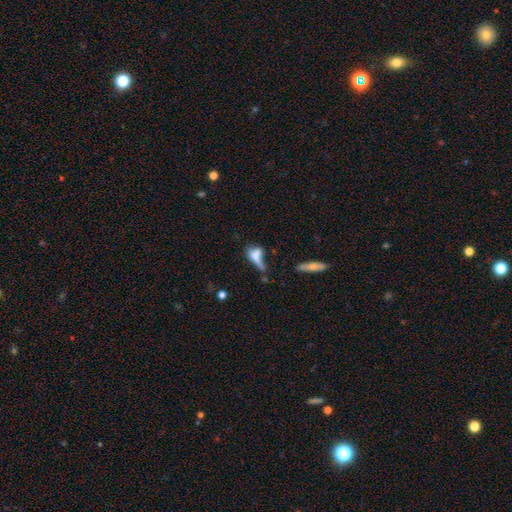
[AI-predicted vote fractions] Smooth or featured?
  - smooth: 61% *
  - featured or disk: 27%
  - star or artifact: 12%
How rounded?
  - in between: 65% *
  - cigar-shaped: 25%
  - round: 10%
Merging?
  - major disturbance: 32% *
  - merger: 26%
  - none: 23%
  - minor disturbance: 19%